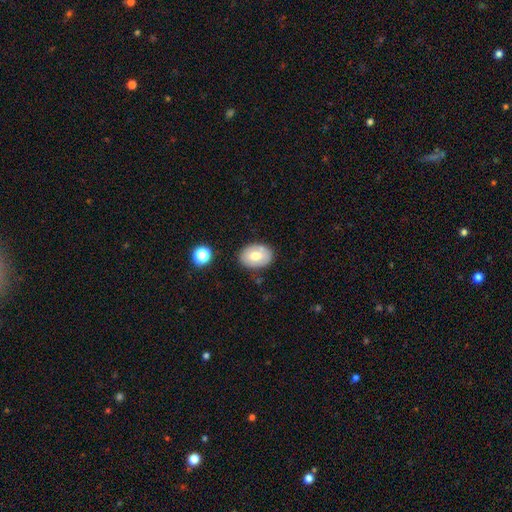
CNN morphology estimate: smooth 68%, featured or disk 24%, star or artifact 8%. Down the decision tree: how rounded — in between (75%); merging — none (78%).